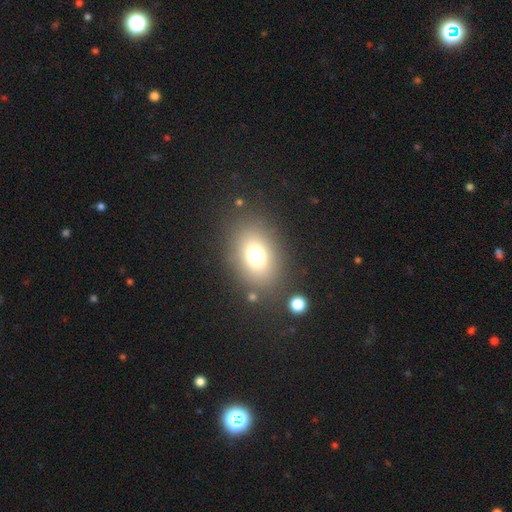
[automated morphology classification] A smooth galaxy with no disk features (72%) that is in between round and cigar-shaped (63%). Merging: none (81%).